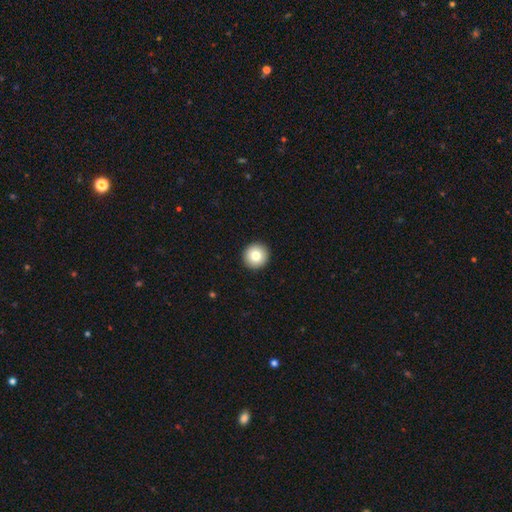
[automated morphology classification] smooth 81%, featured or disk 10%, star or artifact 9%. Down the decision tree: how rounded — round (96%); merging — none (94%).